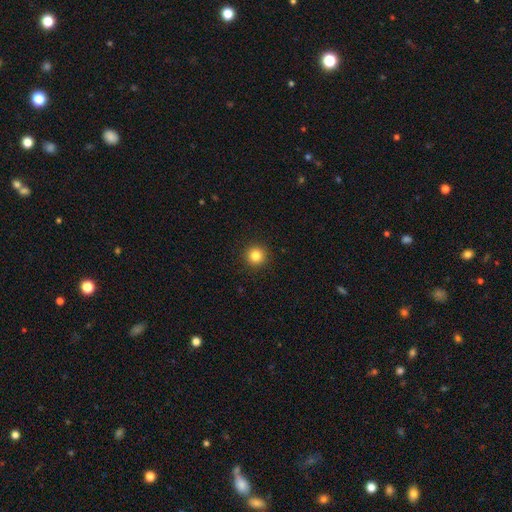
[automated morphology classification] This appears to be a smooth galaxy with no disk features (83%) that is round (96%). Merging: none (93%).